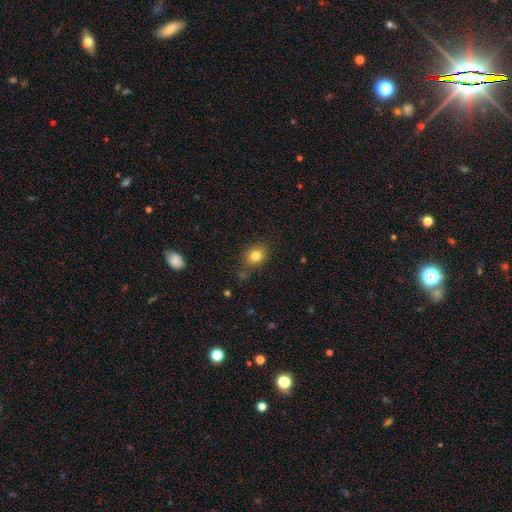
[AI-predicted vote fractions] Morphology: type=smooth (81%); roundness=in between (52%); merging=none (81%).